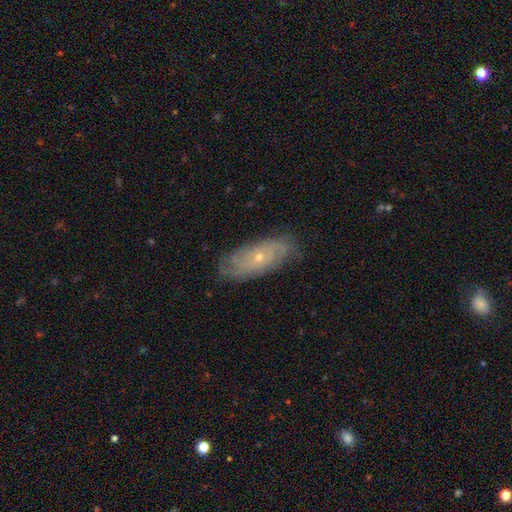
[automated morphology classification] Q: Smooth or featured?
A: featured or disk (55%); runner-up: smooth (33%)
Q: Edge-on disk?
A: no (79%); runner-up: yes (21%)
Q: Merging?
A: none (83%); runner-up: minor disturbance (13%)